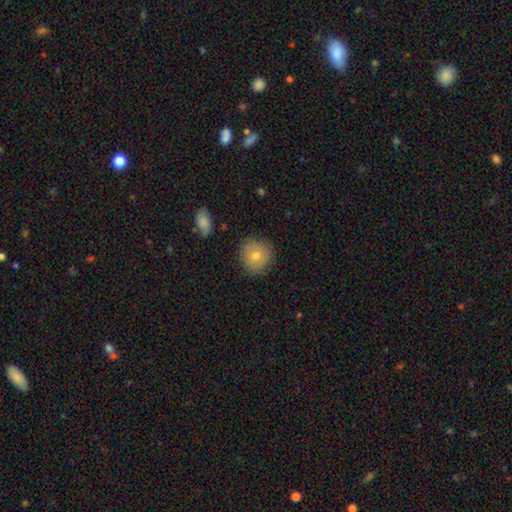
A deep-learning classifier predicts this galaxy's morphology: Smooth or featured? Predicted: smooth (p=0.67). How rounded? Predicted: round (p=0.90). Merging? Predicted: none (p=0.82).